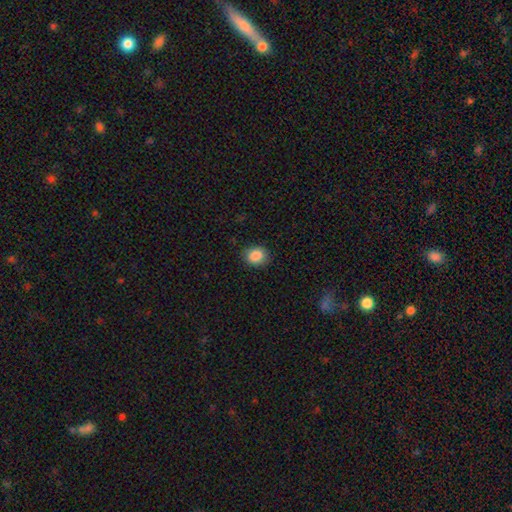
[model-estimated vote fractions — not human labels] The model was most divided on "how rounded": round: 58%, in between: 41%, cigar-shaped: 1%. More confident: smooth or featured — smooth (88%); merging — none (86%).